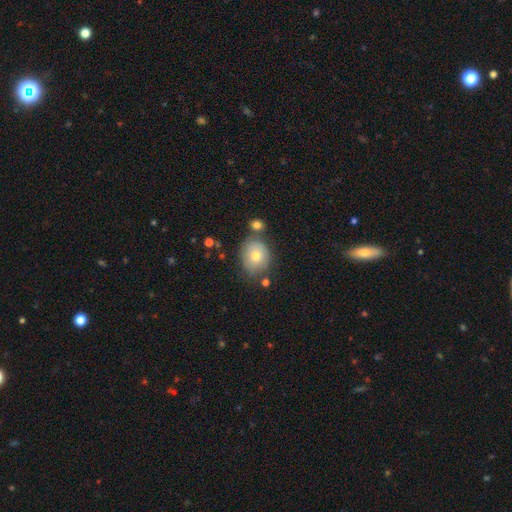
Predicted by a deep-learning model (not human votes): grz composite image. It shows a smooth galaxy with no disk features (70%) that is round (68%). Merging: none (69%).